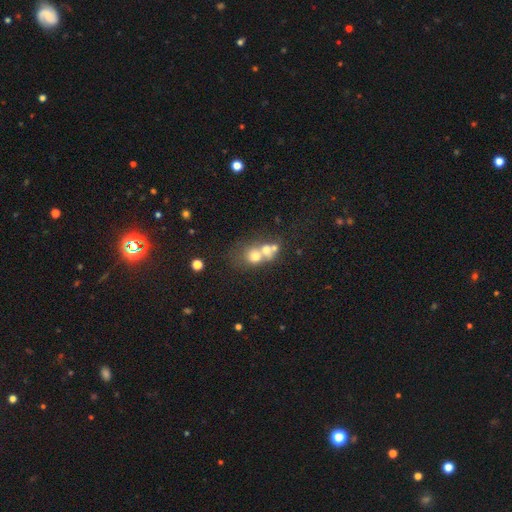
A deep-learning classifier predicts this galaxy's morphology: A smooth galaxy with no disk features (61%) that is round (68%).

Vote fractions:
- Smooth or featured? smooth: 61% / featured or disk: 25% / star or artifact: 13%
- How rounded? round: 68% / in between: 31% / cigar-shaped: 1%
- Merging? merger: 65% / none: 23% / minor disturbance: 6% / major disturbance: 5%